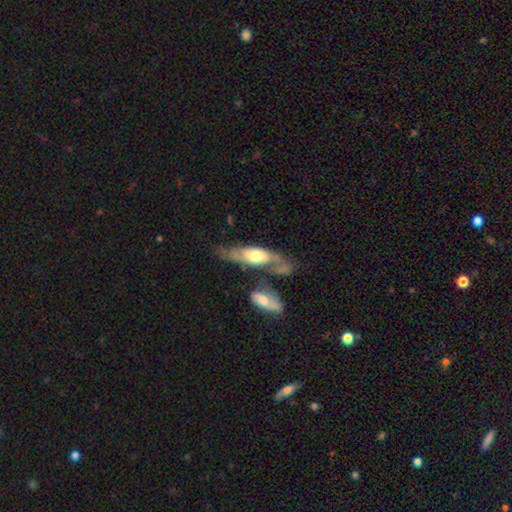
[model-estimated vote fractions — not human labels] Smooth or featured: featured or disk — 63% (smooth — 32%)
Edge-on disk: no — 70% (yes — 30%)
Merging: none — 44% (merger — 23%)